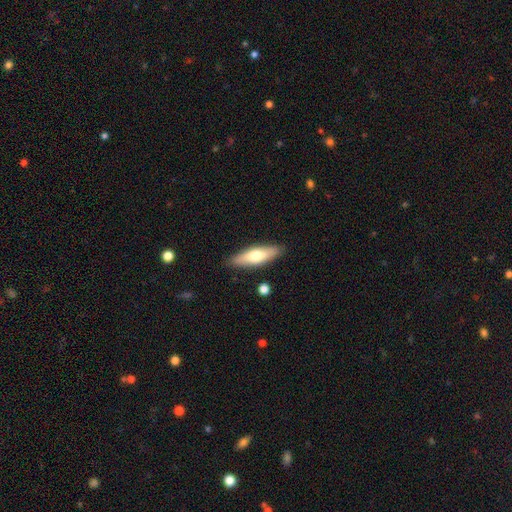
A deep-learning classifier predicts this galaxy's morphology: A smooth galaxy with no disk features (62%) that is cigar-shaped (55%). Merging: none (86%).